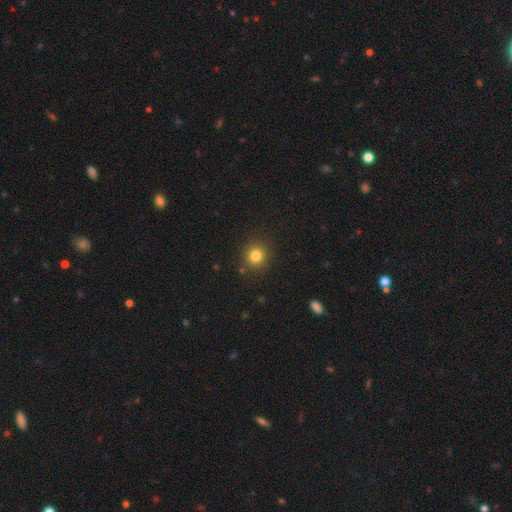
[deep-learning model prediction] A smooth galaxy with no disk features (81%) that is round (90%). Merging: none (88%).